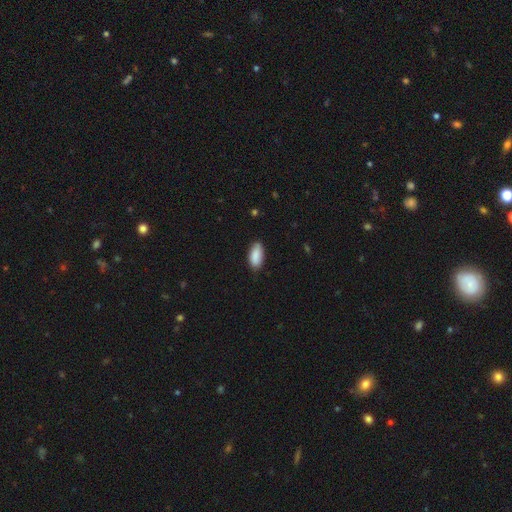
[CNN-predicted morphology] Smooth or featured? Predicted: smooth (p=0.89). How rounded? Predicted: in between (p=0.90). Merging? Predicted: none (p=0.81).